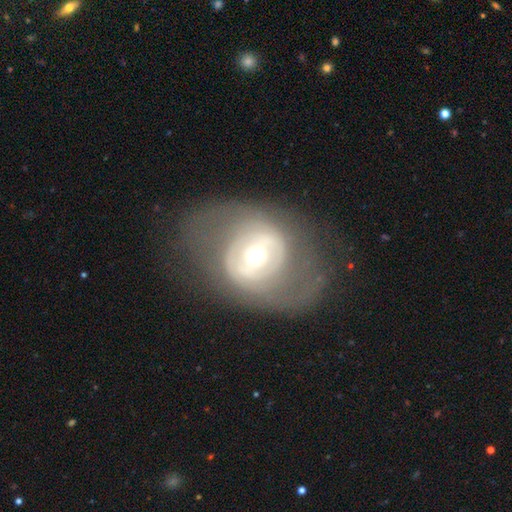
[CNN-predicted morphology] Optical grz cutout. It shows a featured or disk galaxy (70%) with no bar (42%), no spiral arms (55%) and a moderate central bulge (56%). Merging: none (64%).